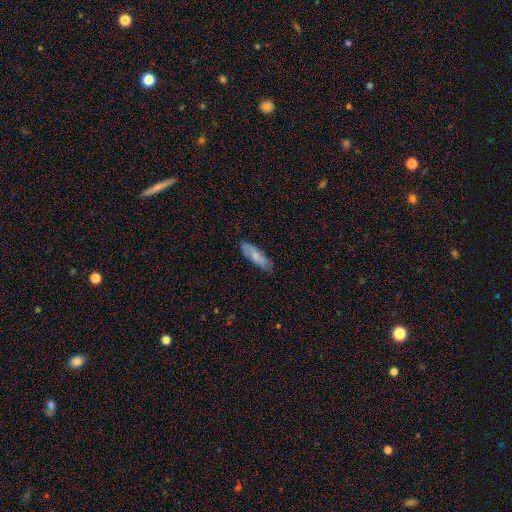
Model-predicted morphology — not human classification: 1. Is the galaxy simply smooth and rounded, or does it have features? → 65% smooth, 29% featured or disk, 6% star or artifact.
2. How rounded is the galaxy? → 51% in between, 47% cigar-shaped, 2% round.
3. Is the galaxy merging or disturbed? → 79% none, 16% minor disturbance, 3% major disturbance, 1% merger.